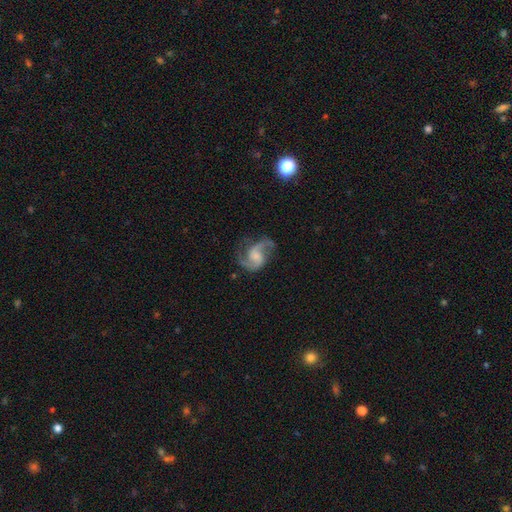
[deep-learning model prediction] Morphology: type=featured or disk (86%); edge-on=no (98%); bar=no (48%); spiral arms=yes (96%); winding=medium (51%); arm count=2 (89%); bulge=none (40%); merging=none (66%).